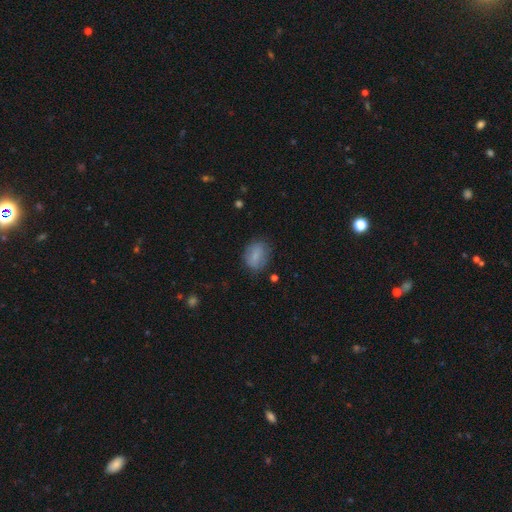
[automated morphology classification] type=smooth (79%); roundness=in between (63%); merging=none (72%).